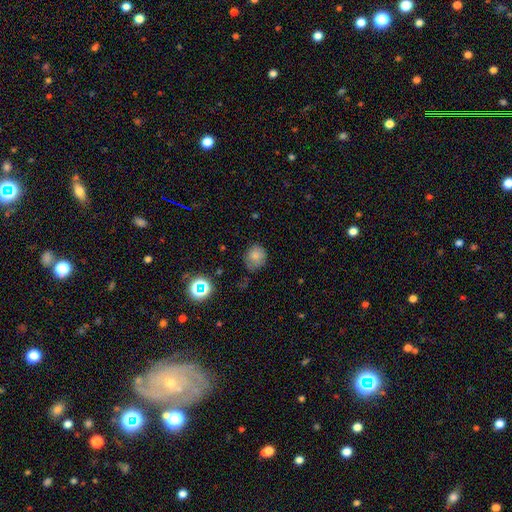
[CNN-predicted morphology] Smooth or featured: smooth — 78% (star or artifact — 14%)
How rounded: round — 74% (in between — 25%)
Merging: none — 60% (minor disturbance — 29%)